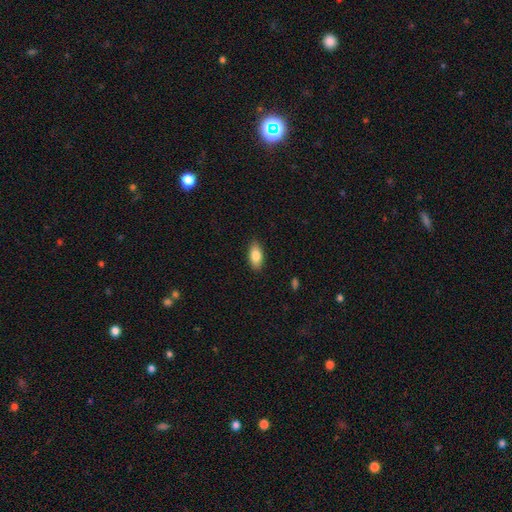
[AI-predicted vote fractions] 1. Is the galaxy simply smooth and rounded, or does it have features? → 85% smooth, 9% featured or disk, 7% star or artifact.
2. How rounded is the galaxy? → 89% in between, 8% cigar-shaped, 3% round.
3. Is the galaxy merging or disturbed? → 88% none, 9% minor disturbance, 2% major disturbance, 1% merger.